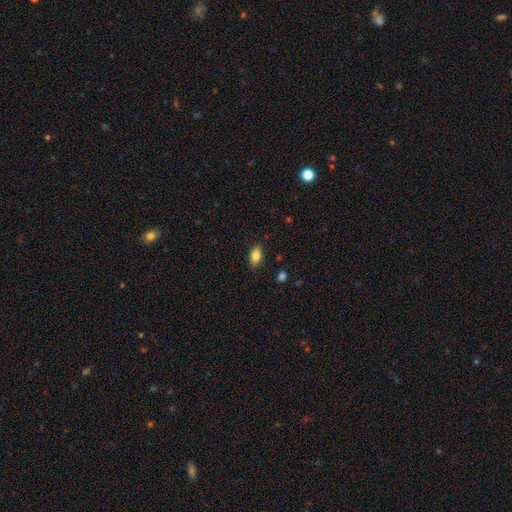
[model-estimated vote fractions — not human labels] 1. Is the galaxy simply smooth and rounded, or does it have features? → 83% smooth, 9% featured or disk, 8% star or artifact.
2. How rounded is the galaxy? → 90% in between, 5% cigar-shaped, 5% round.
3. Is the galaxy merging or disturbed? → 87% none, 10% minor disturbance, 2% major disturbance, 1% merger.